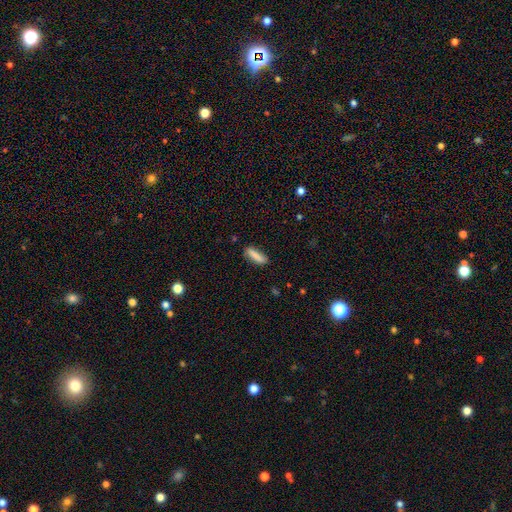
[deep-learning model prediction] Overall: smooth (84%). How rounded: cigar-shaped (66%; in between 33%). Merging: none (83%).